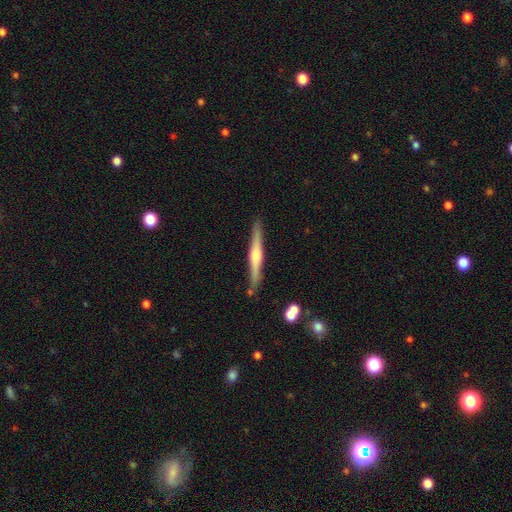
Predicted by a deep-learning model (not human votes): smooth_or_featured: featured or disk (p=0.68) [alt: smooth p=0.27]
disk_edge_on: yes (p=0.98) [alt: no p=0.02]
edge_on_bulge: rounded (p=0.82) [alt: boxy p=0.09]
merging: none (p=0.88) [alt: minor disturbance p=0.08]